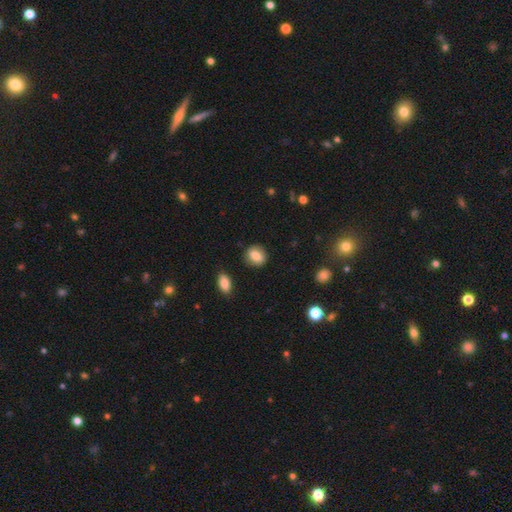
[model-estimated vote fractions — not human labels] The model was most divided on "how rounded": round: 50%, in between: 48%, cigar-shaped: 2%. More confident: merging — none (86%); smooth or featured — smooth (83%).